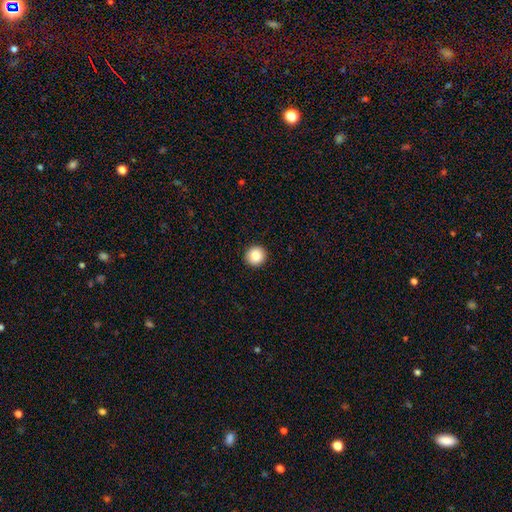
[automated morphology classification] A smooth galaxy with no disk features (87%) that is round (95%). Merging: none (93%).